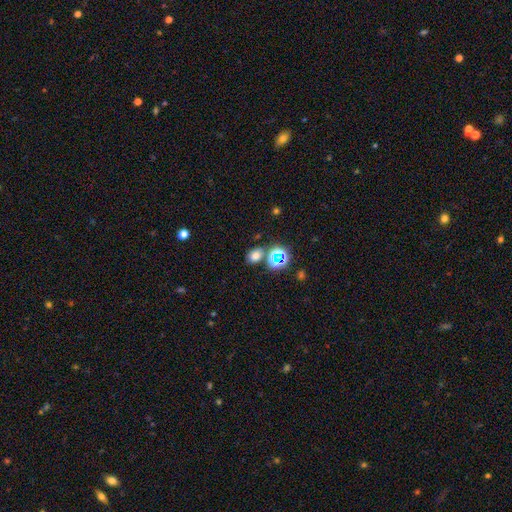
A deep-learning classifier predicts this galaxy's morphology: Q: Smooth or featured?
A: smooth (66%); runner-up: star or artifact (25%)
Q: How rounded?
A: in between (63%); runner-up: round (36%)
Q: Merging?
A: none (73%); runner-up: merger (12%)